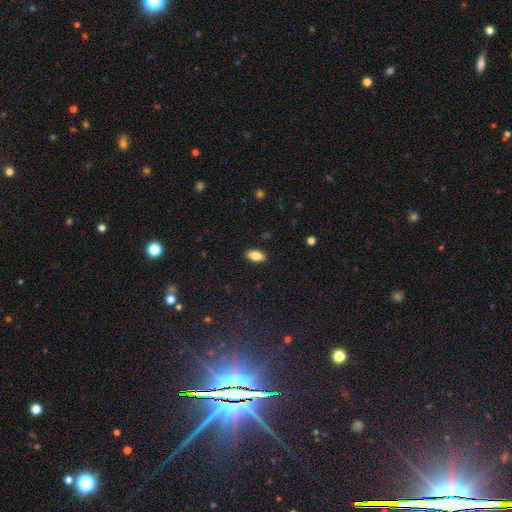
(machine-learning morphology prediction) Smooth or featured: smooth — 84% (featured or disk — 9%)
How rounded: in between — 91% (cigar-shaped — 7%)
Merging: none — 89% (minor disturbance — 8%)